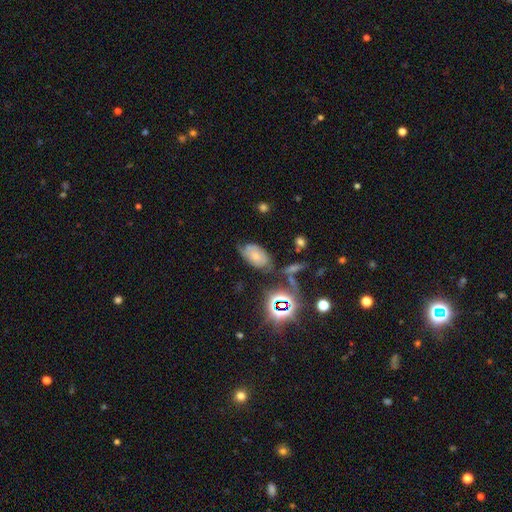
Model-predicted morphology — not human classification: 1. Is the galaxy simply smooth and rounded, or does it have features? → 44% smooth, 38% featured or disk, 18% star or artifact.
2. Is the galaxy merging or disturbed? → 48% none, 32% minor disturbance, 13% major disturbance, 6% merger.